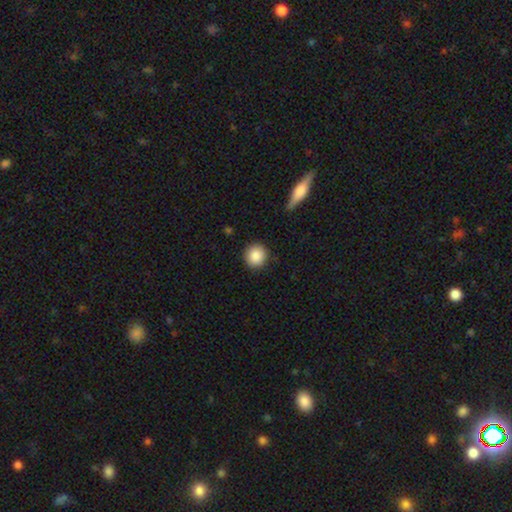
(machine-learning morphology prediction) This is clearly a smooth galaxy (88%). How rounded: clearly round (92%). Merging: clearly none (91%).